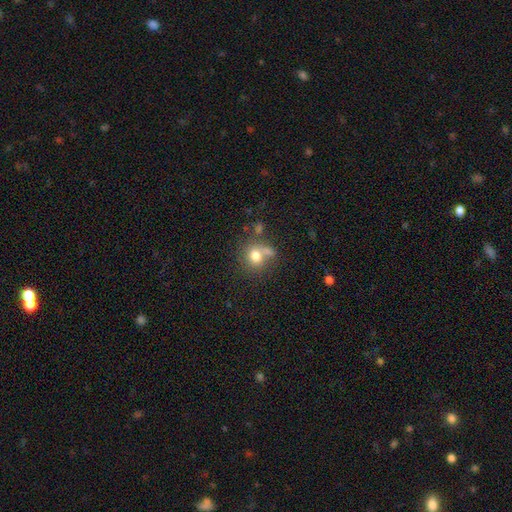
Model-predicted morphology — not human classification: Q: Smooth or featured?
A: smooth (76%); runner-up: featured or disk (13%)
Q: How rounded?
A: round (72%); runner-up: in between (27%)
Q: Merging?
A: none (50%); runner-up: merger (26%)